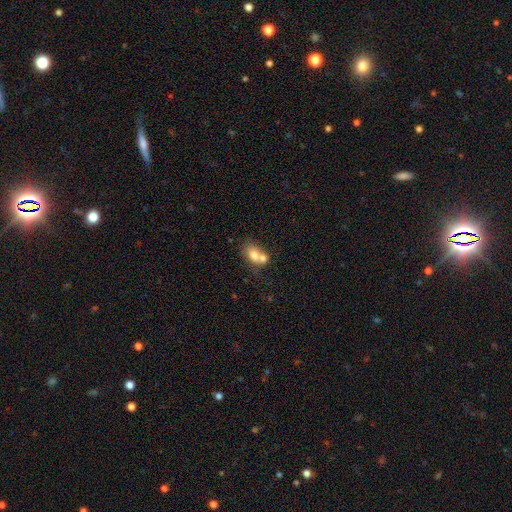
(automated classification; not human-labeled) Smooth or featured?
  - smooth: 70% *
  - featured or disk: 21%
  - star or artifact: 9%
How rounded?
  - in between: 69% *
  - round: 30%
  - cigar-shaped: 2%
Merging?
  - merger: 62% *
  - none: 24%
  - minor disturbance: 9%
  - major disturbance: 5%